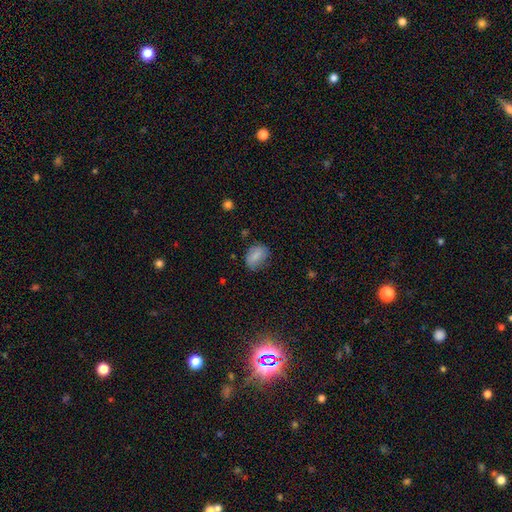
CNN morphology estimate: This is clearly a smooth galaxy (80%). How rounded: likely in between (76%). Merging: likely none (69%).